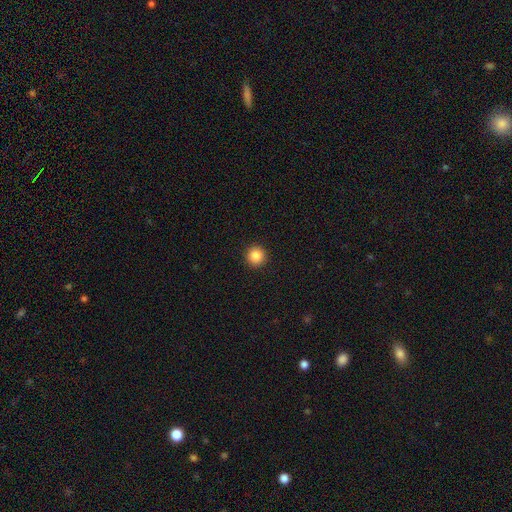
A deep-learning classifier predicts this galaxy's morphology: Smooth or featured?
  - smooth: 86% *
  - star or artifact: 10%
  - featured or disk: 4%
How rounded?
  - round: 96% *
  - in between: 3%
  - cigar-shaped: 1%
Merging?
  - none: 94% *
  - minor disturbance: 4%
  - major disturbance: 2%
  - merger: 1%